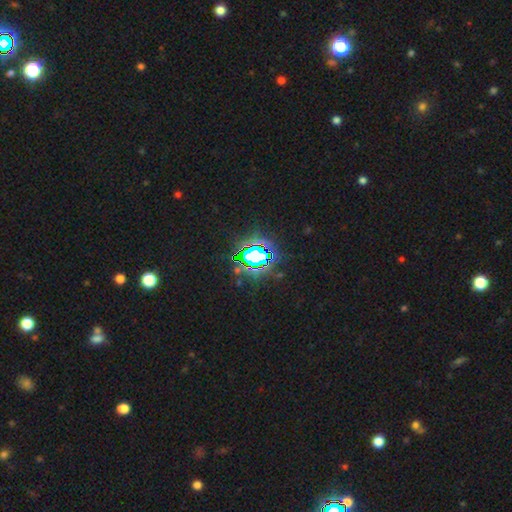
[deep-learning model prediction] This is likely a star or artifact rather than a galaxy (76%).